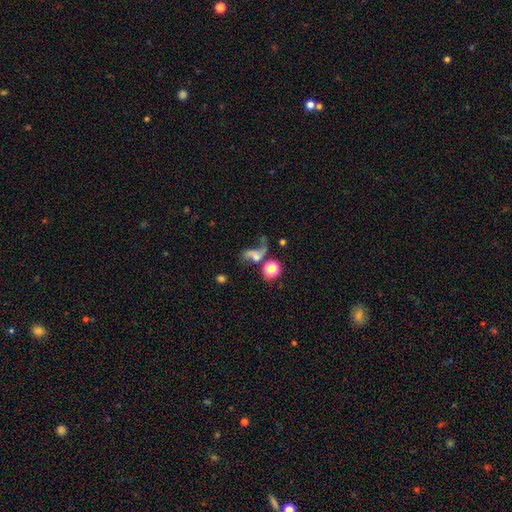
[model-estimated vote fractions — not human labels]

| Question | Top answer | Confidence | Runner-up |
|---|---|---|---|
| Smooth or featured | featured or disk | 48% | smooth (32%) |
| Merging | none | 33% | major disturbance (29%) |